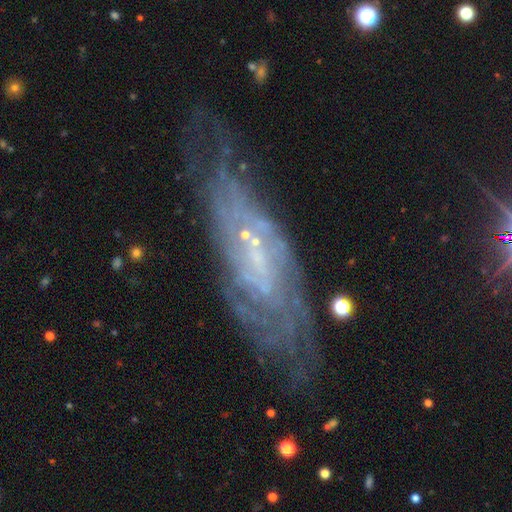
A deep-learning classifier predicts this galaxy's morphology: Q: Smooth or featured?
A: featured or disk (76%); runner-up: smooth (13%)
Q: Edge-on disk?
A: no (81%); runner-up: yes (19%)
Q: Bar?
A: weak (41%); runner-up: no (40%)
Q: Spiral arms?
A: yes (84%); runner-up: no (16%)
Q: Spiral winding?
A: tight (62%); runner-up: medium (28%)
Q: Spiral arm count?
A: can't tell (61%); runner-up: 2 (17%)
Q: Bulge size?
A: small (60%); runner-up: none (25%)
Q: Merging?
A: none (67%); runner-up: minor disturbance (21%)